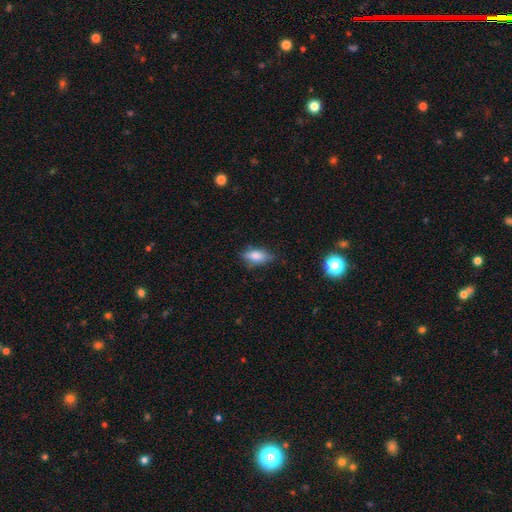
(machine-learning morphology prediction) Overall: smooth (74%). How rounded: in between (77%). Merging: none (69%).